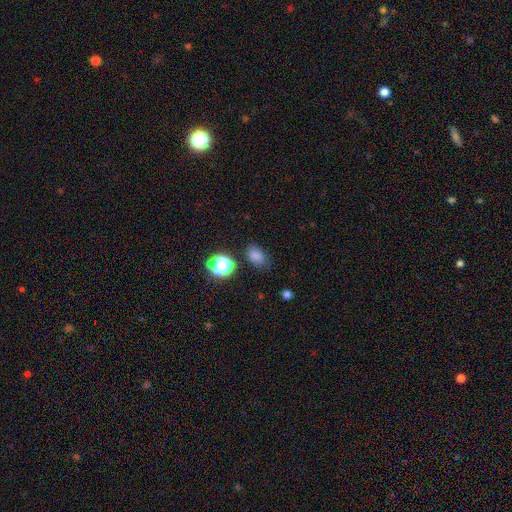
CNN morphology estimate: Smooth or featured: smooth — 74% (star or artifact — 21%)
How rounded: in between — 71% (round — 28%)
Merging: none — 77% (minor disturbance — 16%)